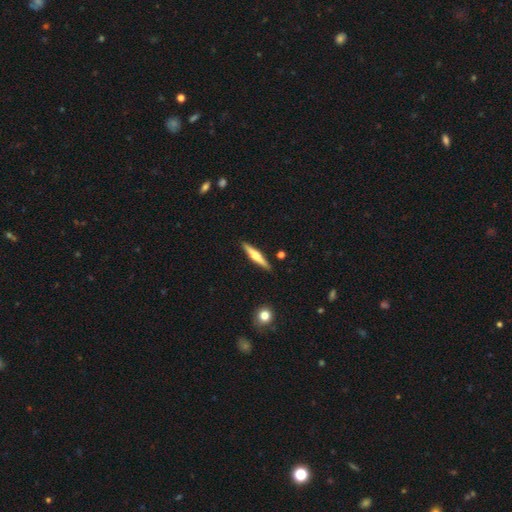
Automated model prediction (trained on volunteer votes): Smooth or featured? Predicted: featured or disk (p=0.56). Edge-on disk? Predicted: yes (p=0.97). Edge-on bulge? Predicted: rounded (p=0.85). Merging? Predicted: none (p=0.89).